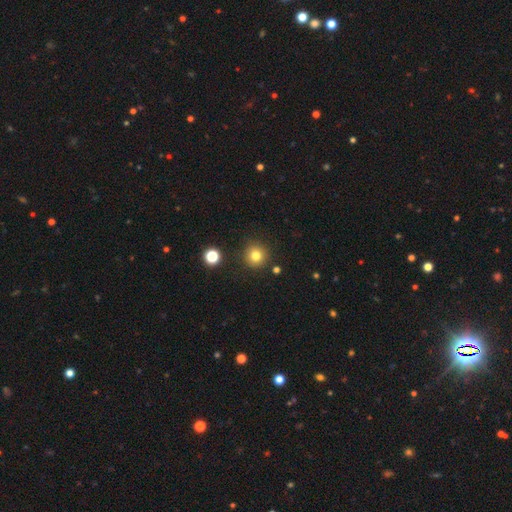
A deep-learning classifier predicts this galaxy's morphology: The model was most divided on "smooth or featured": smooth: 79%, star or artifact: 13%, featured or disk: 7%. More confident: how rounded — round (95%); merging — none (89%).